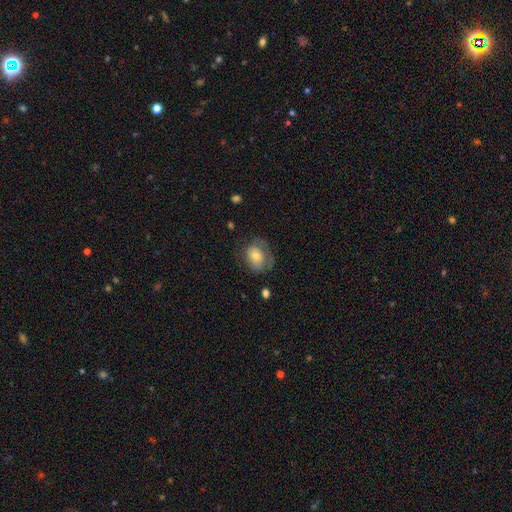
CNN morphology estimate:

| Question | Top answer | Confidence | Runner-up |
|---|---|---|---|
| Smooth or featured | smooth | 61% | featured or disk (31%) |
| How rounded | in between | 58% | round (41%) |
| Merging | none | 56% | minor disturbance (25%) |